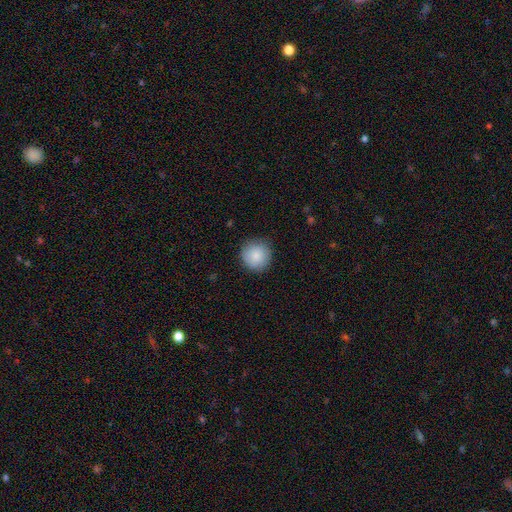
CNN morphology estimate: Overall: smooth (87%). How rounded: round (94%). Merging: none (87%).